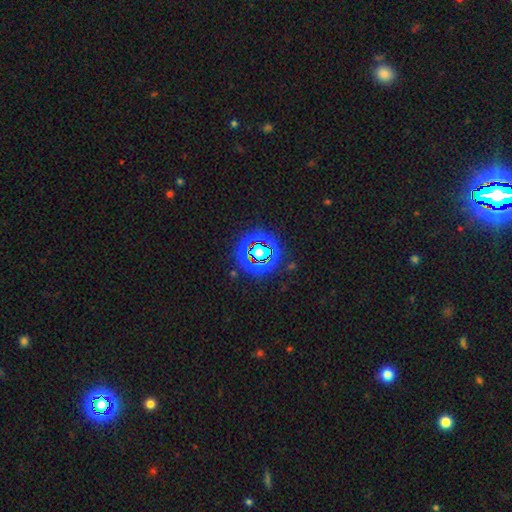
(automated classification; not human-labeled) Q: Smooth or featured?
A: star or artifact (78%); runner-up: smooth (13%)